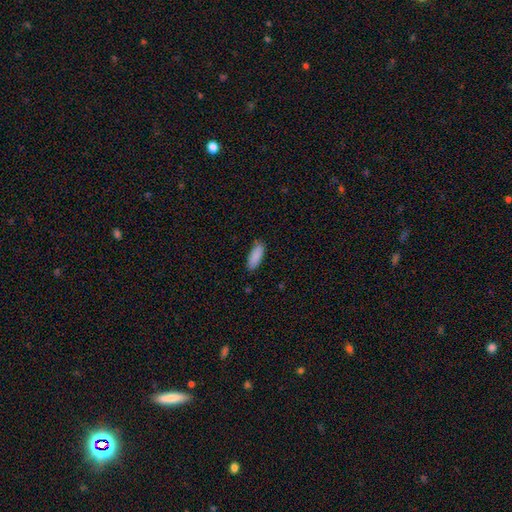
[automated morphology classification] This is clearly a smooth galaxy (89%). How rounded: likely in between (71%). Merging: clearly none (85%).